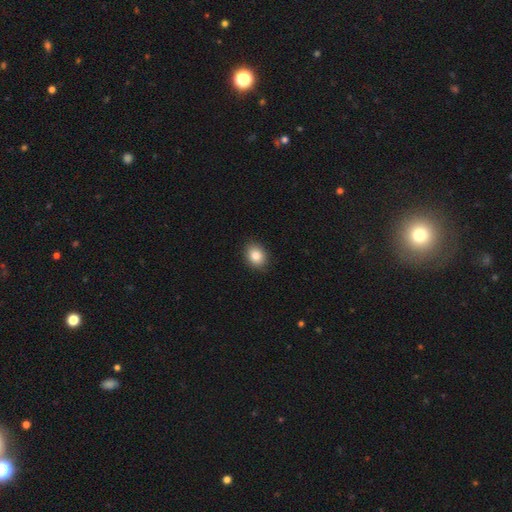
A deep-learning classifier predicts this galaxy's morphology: This is clearly a smooth galaxy (85%). How rounded: possibly in between (58%). Merging: clearly none (88%).